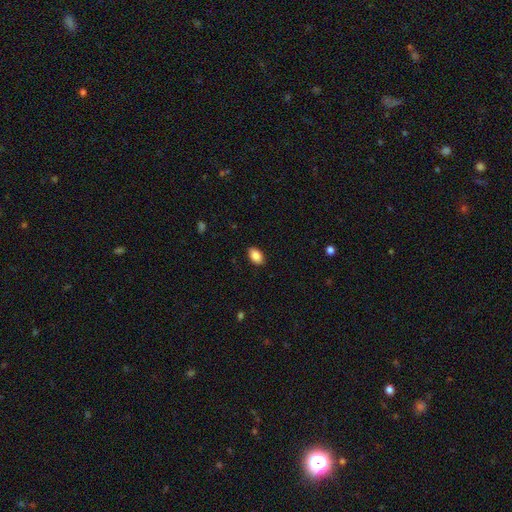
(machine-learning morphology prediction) Smooth or featured: smooth — 87% (star or artifact — 7%)
How rounded: in between — 91% (round — 7%)
Merging: none — 89% (minor disturbance — 8%)